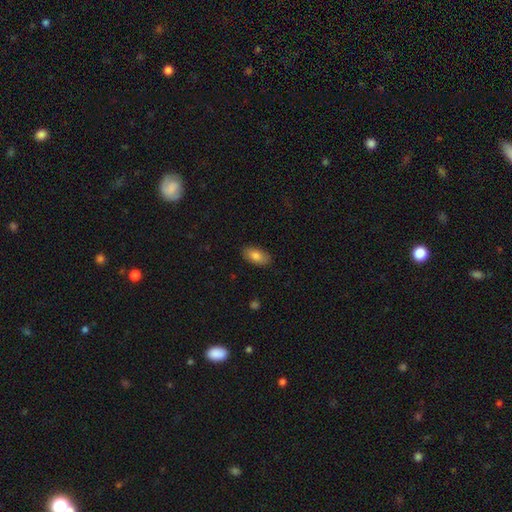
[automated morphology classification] Smooth or featured? smooth (82%)
How rounded? in between (92%)
Merging? none (88%)